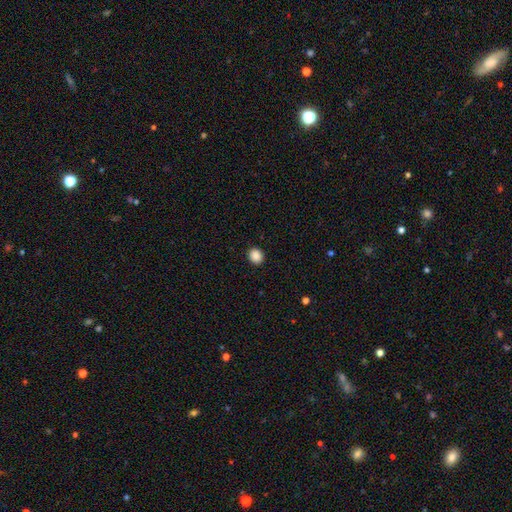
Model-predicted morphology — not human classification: type=smooth (88%); roundness=round (73%); merging=none (92%).